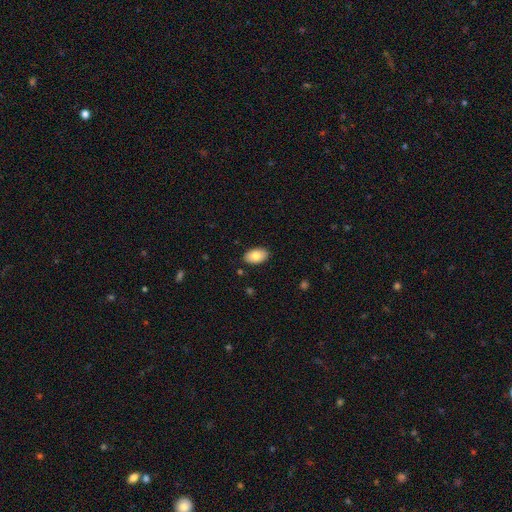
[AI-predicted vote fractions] A smooth galaxy with no disk features (83%) that is in between round and cigar-shaped (94%). Merging: none (88%).